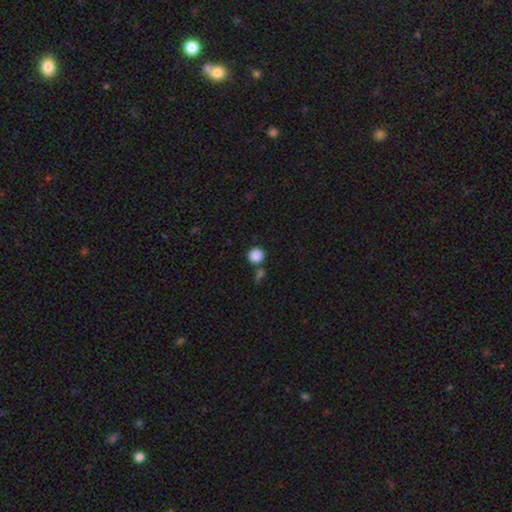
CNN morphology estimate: Smooth or featured? smooth (87%)
How rounded? round (91%)
Merging? none (69%)